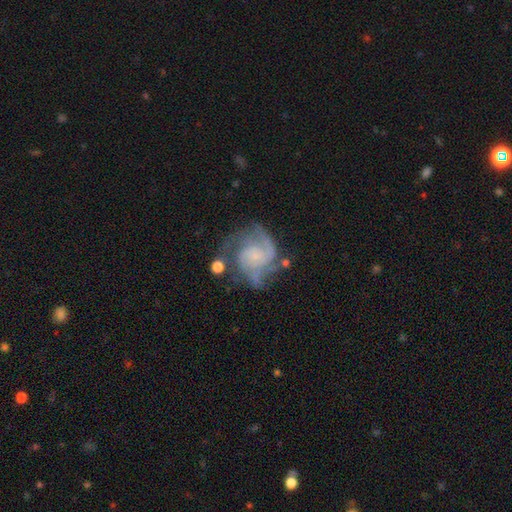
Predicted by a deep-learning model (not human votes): Q: Smooth or featured?
A: featured or disk (86%); runner-up: smooth (8%)
Q: Edge-on disk?
A: no (98%); runner-up: yes (2%)
Q: Bar?
A: no (67%); runner-up: weak (28%)
Q: Spiral arms?
A: yes (96%); runner-up: no (4%)
Q: Spiral winding?
A: medium (44%); runner-up: tight (43%)
Q: Spiral arm count?
A: 2 (37%); runner-up: 3 (30%)
Q: Bulge size?
A: small (65%); runner-up: none (20%)
Q: Merging?
A: none (54%); runner-up: minor disturbance (22%)